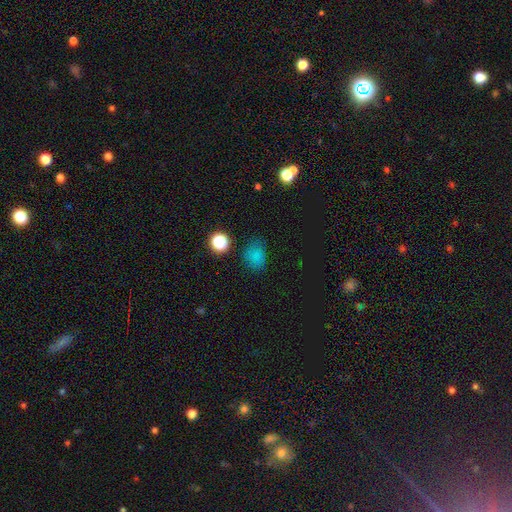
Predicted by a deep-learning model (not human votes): This is likely a smooth galaxy (72%). How rounded: possibly in between (56%). Merging: likely none (74%).